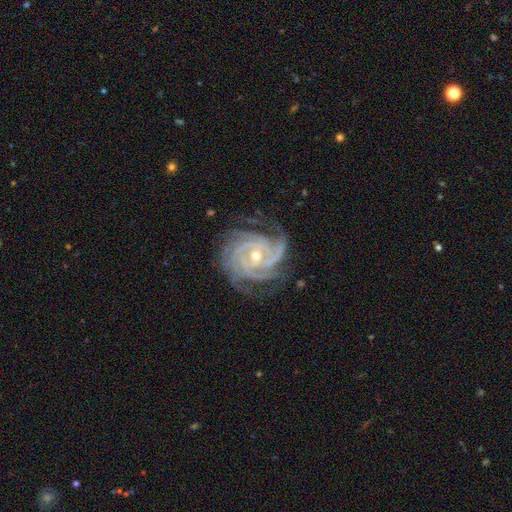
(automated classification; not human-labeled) smooth_or_featured: featured or disk (p=0.93) [alt: star or artifact p=0.05]
disk_edge_on: no (p=0.98) [alt: yes p=0.02]
bar: no (p=0.56) [alt: weak p=0.30]
has_spiral_arms: yes (p=0.99) [alt: no p=0.01]
spiral_winding: tight (p=0.77) [alt: medium p=0.20]
spiral_arm_count: 4 (p=0.31) [alt: 3 p=0.28]
bulge_size: moderate (p=0.51) [alt: small p=0.47]
merging: none (p=0.74) [alt: minor disturbance p=0.18]